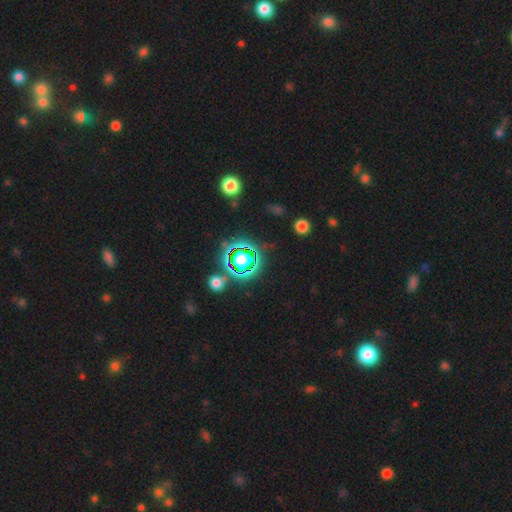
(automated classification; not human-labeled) smooth_or_featured: star or artifact (p=0.77) [alt: smooth p=0.15]